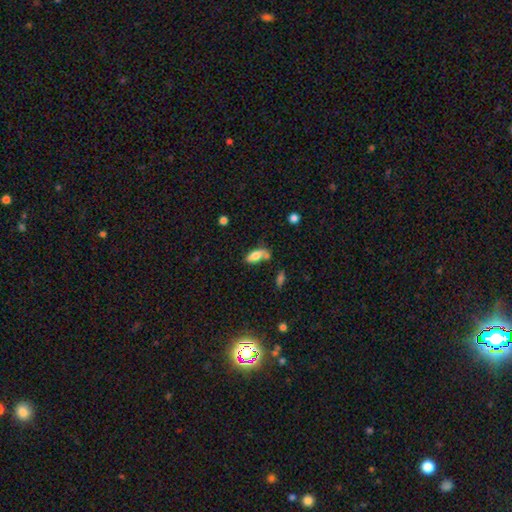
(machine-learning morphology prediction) smooth_or_featured: smooth (p=0.75) [alt: featured or disk p=0.17]
how_rounded: in between (p=0.80) [alt: cigar-shaped p=0.17]
merging: none (p=0.45) [alt: minor disturbance p=0.24]